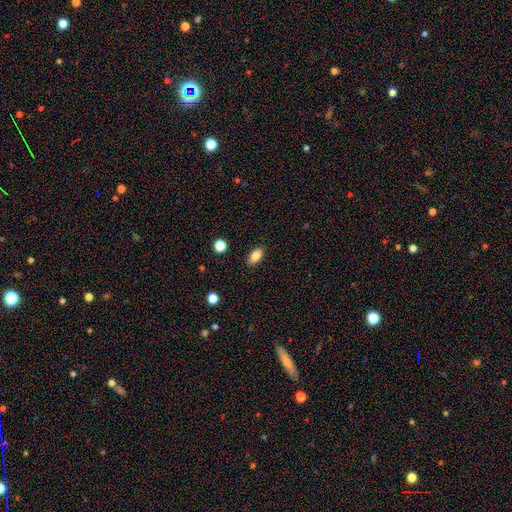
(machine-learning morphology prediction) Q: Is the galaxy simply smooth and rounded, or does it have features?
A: smooth — 84%.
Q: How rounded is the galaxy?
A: in between — 88%.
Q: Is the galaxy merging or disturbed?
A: none — 88%.